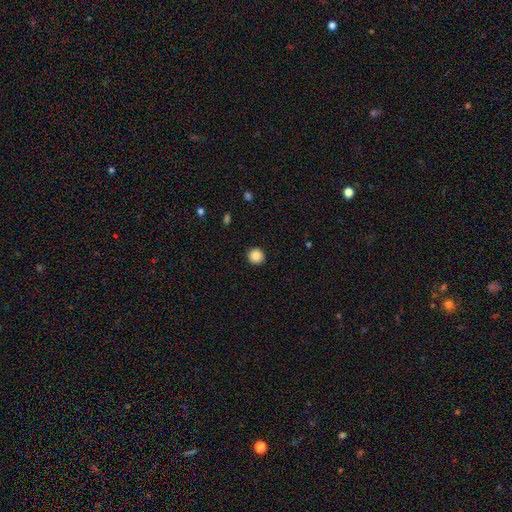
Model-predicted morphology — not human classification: The model was most divided on "smooth or featured": smooth: 87%, star or artifact: 9%, featured or disk: 4%. More confident: how rounded — round (95%); merging — none (93%).